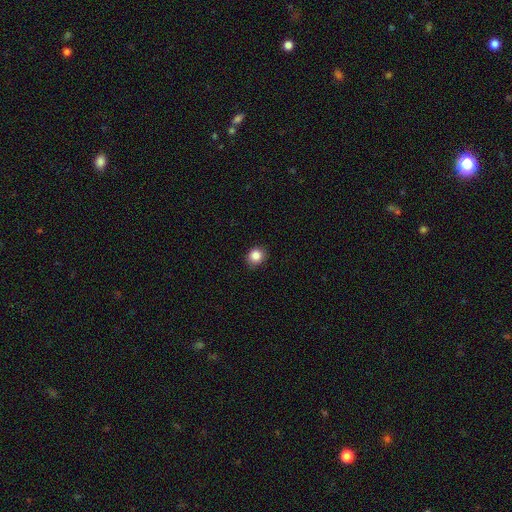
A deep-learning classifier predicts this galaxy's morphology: Smooth or featured: smooth — 85% (star or artifact — 10%)
How rounded: round — 76% (in between — 23%)
Merging: none — 87% (minor disturbance — 10%)